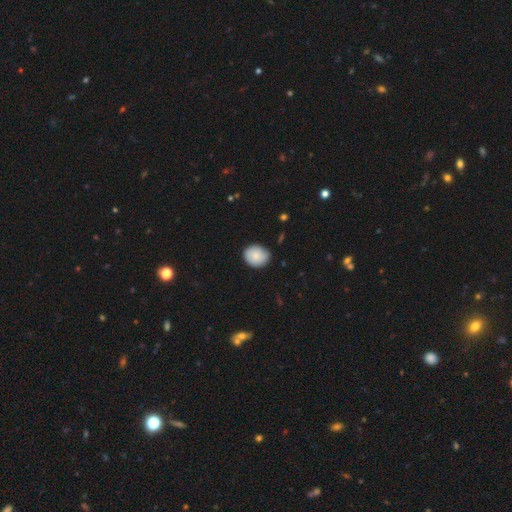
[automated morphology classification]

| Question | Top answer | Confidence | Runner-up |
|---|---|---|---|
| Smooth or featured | smooth | 85% | featured or disk (8%) |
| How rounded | round | 65% | in between (34%) |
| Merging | none | 81% | minor disturbance (16%) |